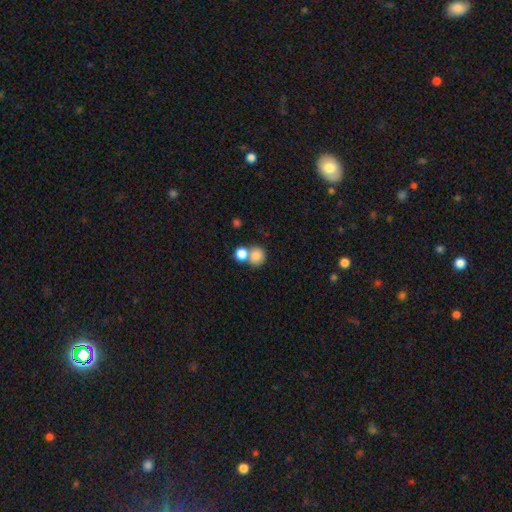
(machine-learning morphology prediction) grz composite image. It shows a smooth galaxy with no disk features (81%) that is round (86%). Merging: merger (45%).